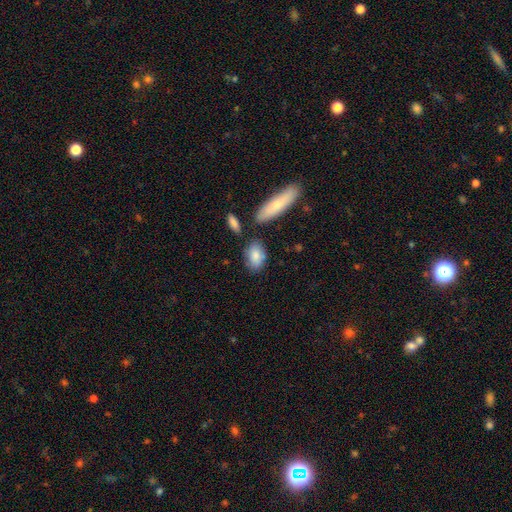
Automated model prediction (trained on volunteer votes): The model was most divided on "merging": none: 69%, minor disturbance: 17%, merger: 10%, major disturbance: 4%. More confident: how rounded — in between (87%); smooth or featured — smooth (82%).